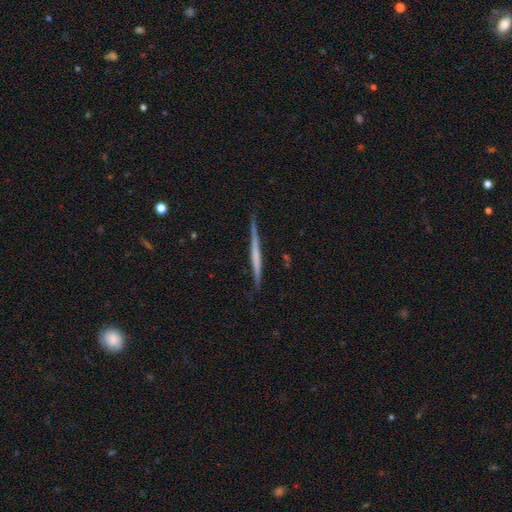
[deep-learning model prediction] smooth_or_featured: featured or disk (p=0.60) [alt: smooth p=0.35]
disk_edge_on: yes (p=0.97) [alt: no p=0.03]
edge_on_bulge: none (p=0.83) [alt: rounded p=0.10]
merging: none (p=0.85) [alt: minor disturbance p=0.11]